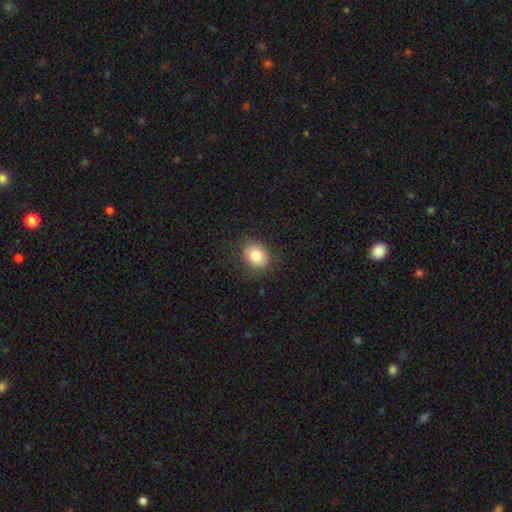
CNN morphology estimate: The model was most divided on "how rounded": in between: 52%, round: 47%, cigar-shaped: 1%. More confident: merging — none (83%); smooth or featured — smooth (82%).